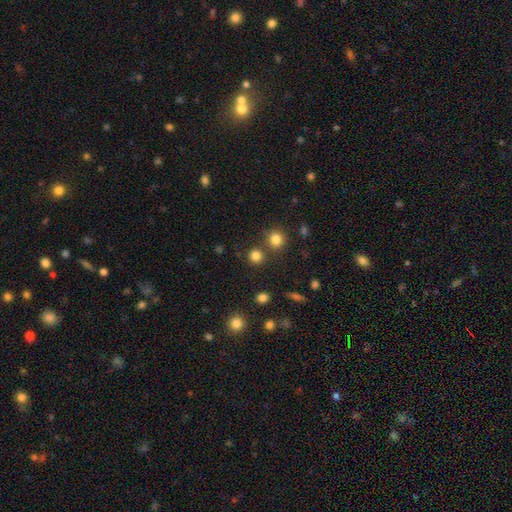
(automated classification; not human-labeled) This appears to be a smooth galaxy with no disk features (81%) that is round (90%). Merging: none (77%).